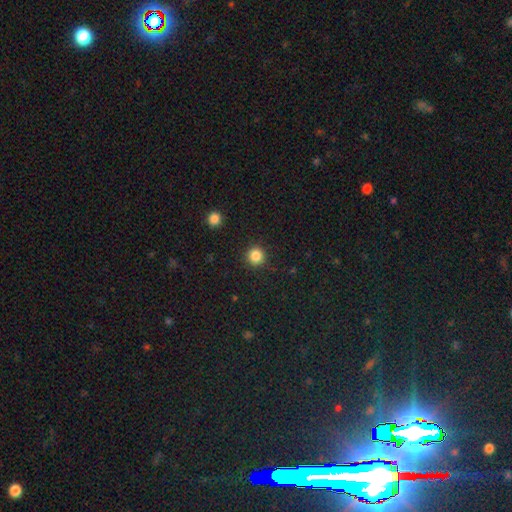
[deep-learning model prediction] smooth-or-featured: smooth: 85% | star or artifact: 11% | featured or disk: 4%
  how-rounded: round: 94% | in between: 5% | cigar-shaped: 1%
  merging: none: 91% | minor disturbance: 5% | major disturbance: 2% | merger: 1%